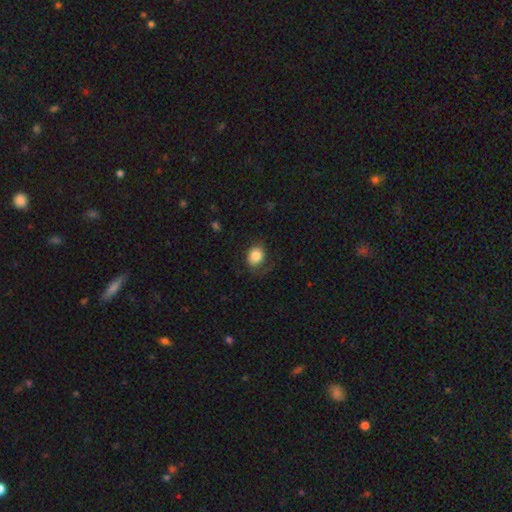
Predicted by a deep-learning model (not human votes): A smooth galaxy with no disk features (83%) that is round (52%). Merging: none (65%).